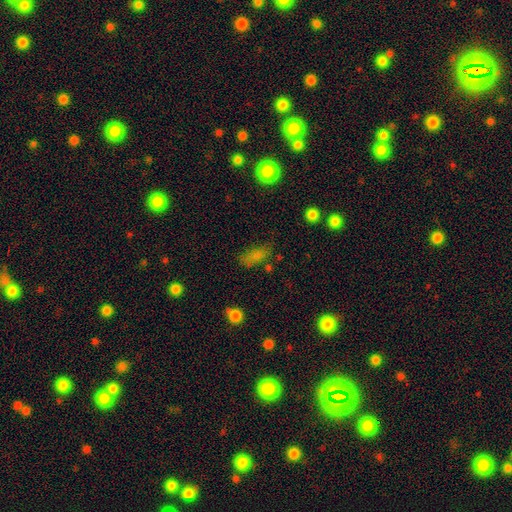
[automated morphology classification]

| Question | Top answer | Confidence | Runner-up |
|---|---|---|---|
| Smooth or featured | smooth | 75% | star or artifact (15%) |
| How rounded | in between | 82% | cigar-shaped (14%) |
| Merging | none | 59% | minor disturbance (25%) |